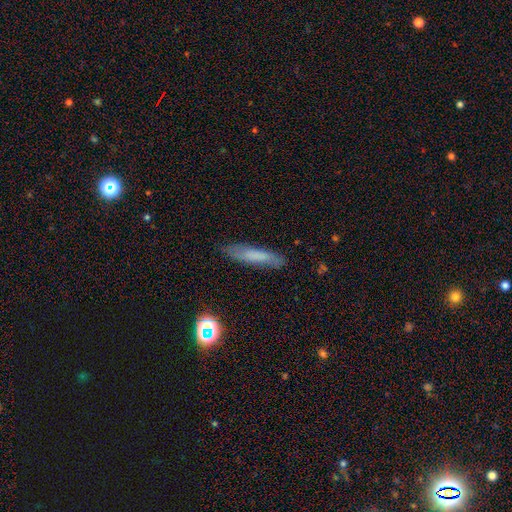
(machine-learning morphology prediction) This appears to be a smooth galaxy with no disk features (66%) that is cigar-shaped (82%). Merging: none (81%).